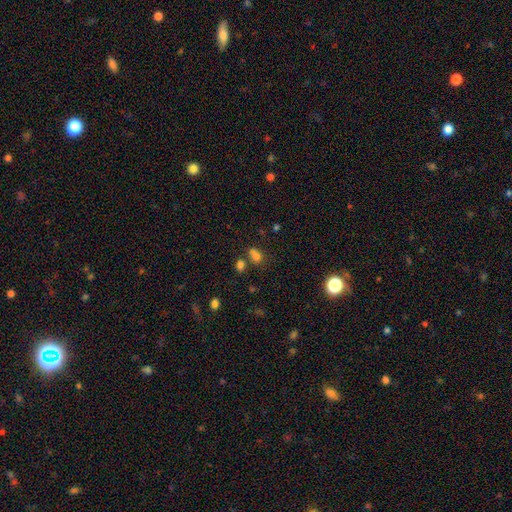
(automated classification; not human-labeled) Q: Smooth or featured?
A: smooth (71%); runner-up: star or artifact (19%)
Q: How rounded?
A: round (51%); runner-up: in between (47%)
Q: Merging?
A: merger (42%); runner-up: none (40%)